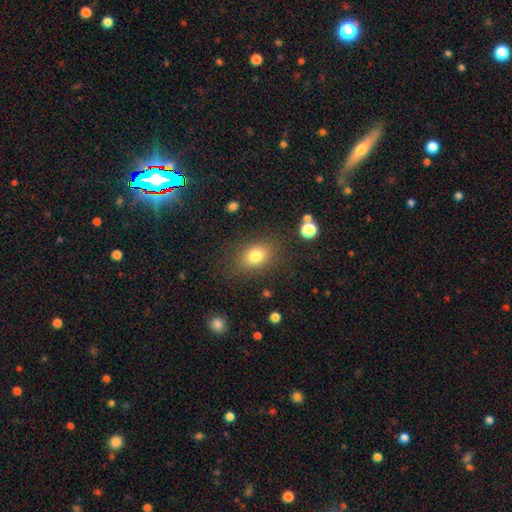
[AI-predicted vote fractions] This appears to be a smooth galaxy with no disk features (80%) that is in between round and cigar-shaped (66%). Merging: none (81%).